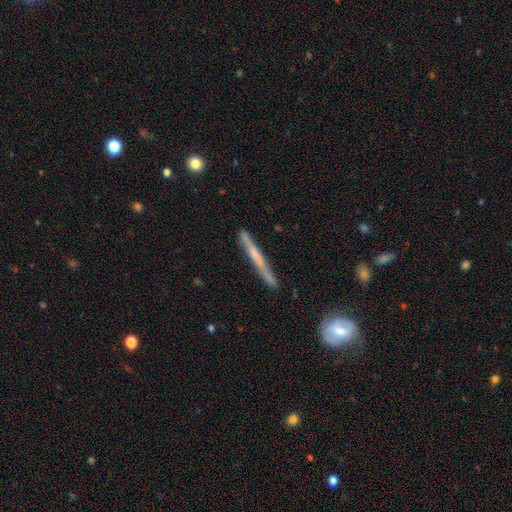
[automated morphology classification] The model was most divided on "edge-on bulge": none: 56%, rounded: 35%, boxy: 8%. More confident: edge-on disk — yes (96%); merging — none (86%); smooth or featured — featured or disk (60%).